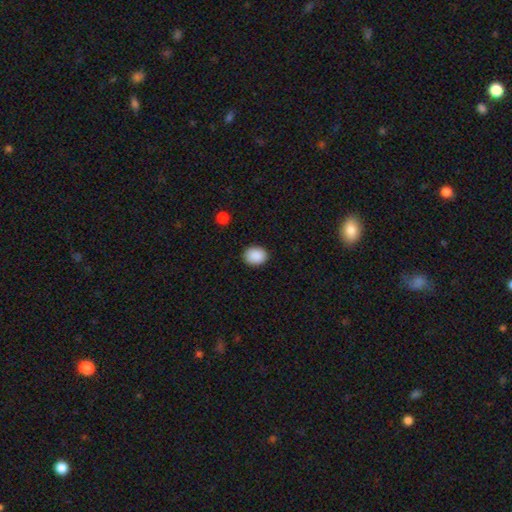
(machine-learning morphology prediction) The model was most divided on "how rounded": round: 53%, in between: 46%, cigar-shaped: 1%. More confident: merging — none (90%); smooth or featured — smooth (90%).